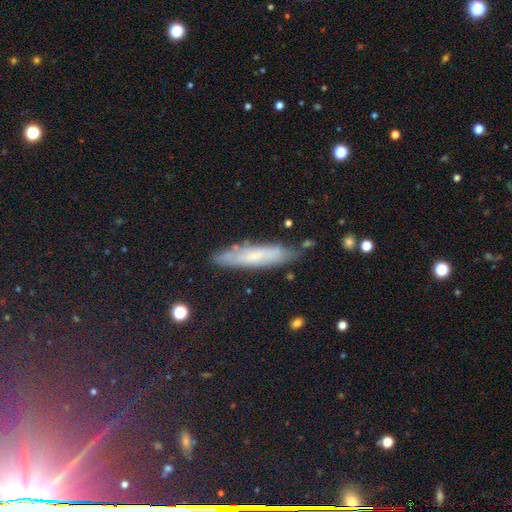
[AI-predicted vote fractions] Smooth or featured?
  - smooth: 46% *
  - featured or disk: 44%
  - star or artifact: 10%
Merging?
  - none: 77% *
  - minor disturbance: 17%
  - major disturbance: 3%
  - merger: 2%